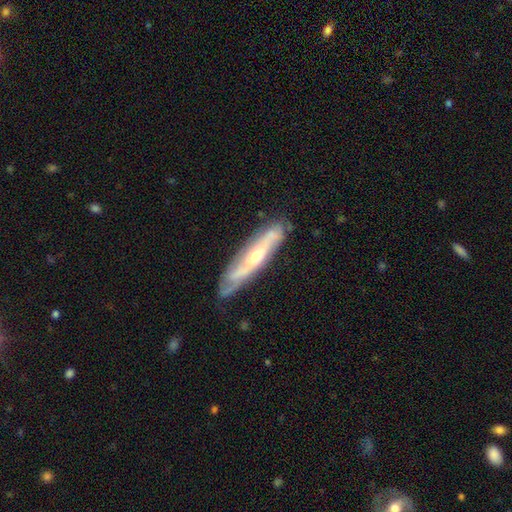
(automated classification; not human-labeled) Q: Smooth or featured?
A: featured or disk (74%); runner-up: smooth (20%)
Q: Edge-on disk?
A: no (52%); runner-up: yes (48%)
Q: Merging?
A: none (77%); runner-up: minor disturbance (18%)